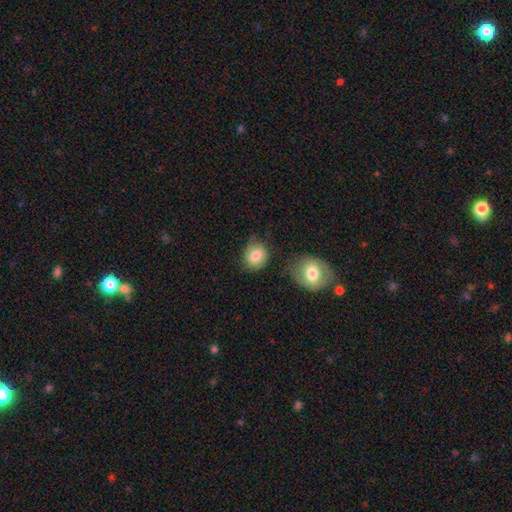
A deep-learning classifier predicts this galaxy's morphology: Q: Smooth or featured?
A: smooth (79%); runner-up: featured or disk (13%)
Q: How rounded?
A: round (63%); runner-up: in between (35%)
Q: Merging?
A: none (69%); runner-up: minor disturbance (19%)